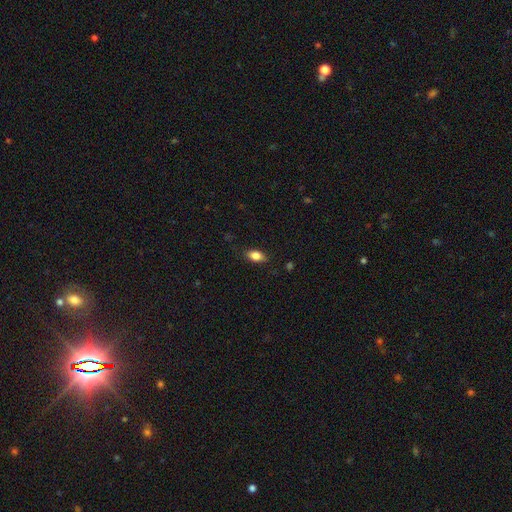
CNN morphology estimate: type=smooth (82%); roundness=in between (87%); merging=none (84%).